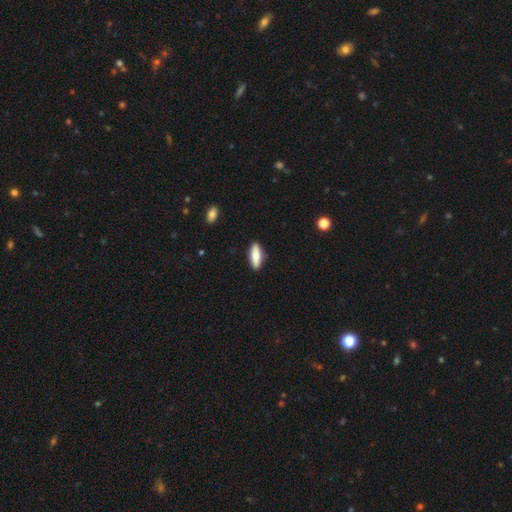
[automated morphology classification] Overall: smooth (79%). How rounded: in between (63%; cigar-shaped 35%). Merging: none (89%).